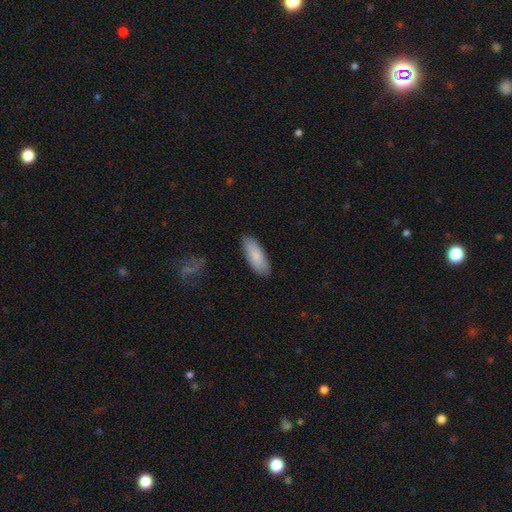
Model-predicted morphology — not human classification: Smooth or featured? Predicted: smooth (p=0.85). How rounded? Predicted: in between (p=0.68). Merging? Predicted: none (p=0.86).